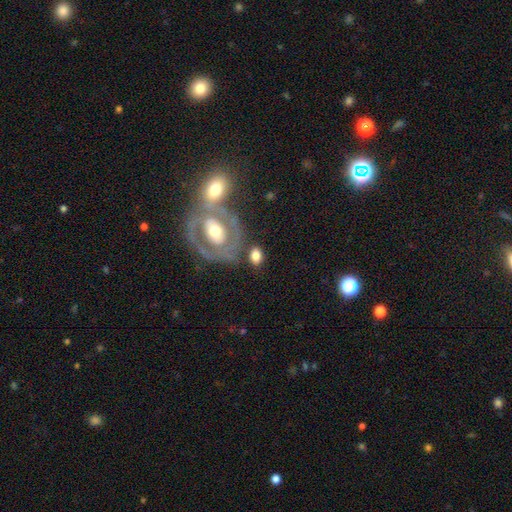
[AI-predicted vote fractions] Q: Smooth or featured?
A: smooth (69%); runner-up: featured or disk (25%)
Q: How rounded?
A: in between (74%); runner-up: round (24%)
Q: Merging?
A: none (62%); runner-up: merger (15%)